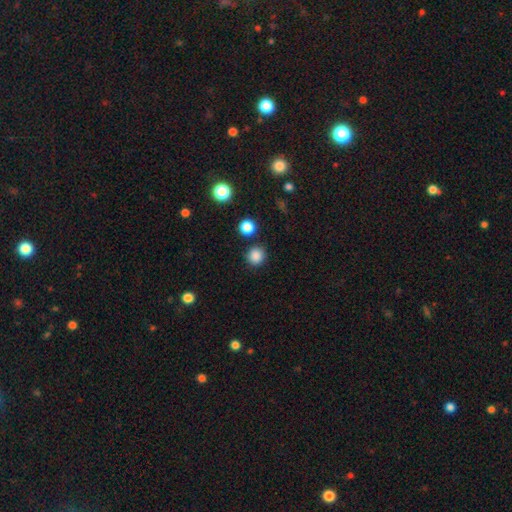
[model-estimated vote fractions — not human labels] Morphology: type=smooth (85%); roundness=round (94%); merging=none (87%).